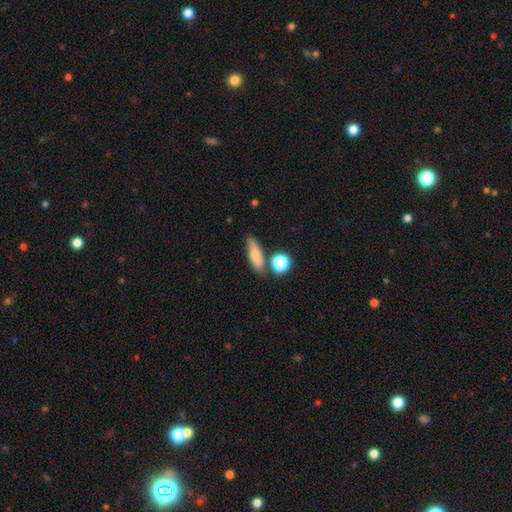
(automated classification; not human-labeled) Smooth or featured? smooth (71%)
How rounded? in between (46%)
Merging? none (71%)